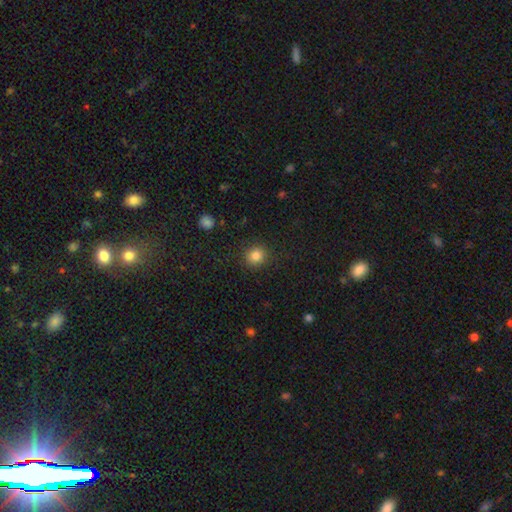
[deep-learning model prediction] Smooth or featured? Predicted: smooth (p=0.83). How rounded? Predicted: round (p=0.89). Merging? Predicted: none (p=0.90).